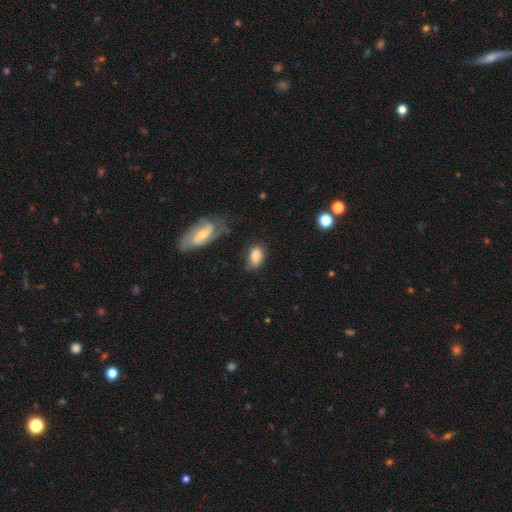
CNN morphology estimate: This appears to be a smooth galaxy with no disk features (77%) that is in between round and cigar-shaped (89%). Merging: none (60%).